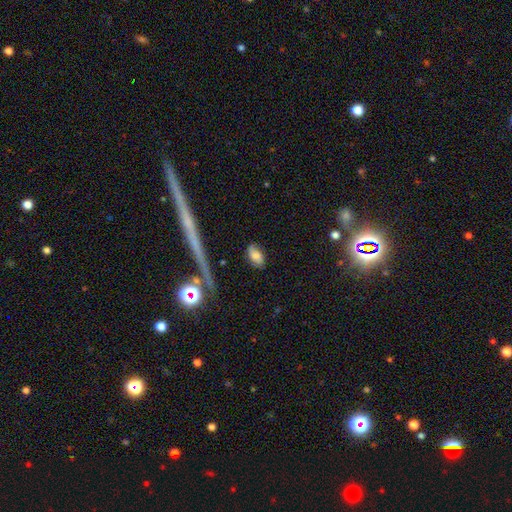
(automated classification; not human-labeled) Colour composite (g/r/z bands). It shows a smooth galaxy with no disk features (69%) that is in between round and cigar-shaped (88%). Merging: none (78%).